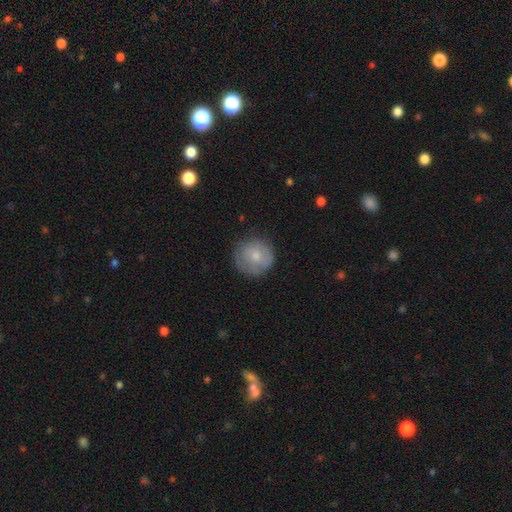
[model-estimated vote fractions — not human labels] Smooth or featured: smooth — 73% (featured or disk — 20%)
How rounded: round — 92% (in between — 7%)
Merging: none — 77% (minor disturbance — 17%)